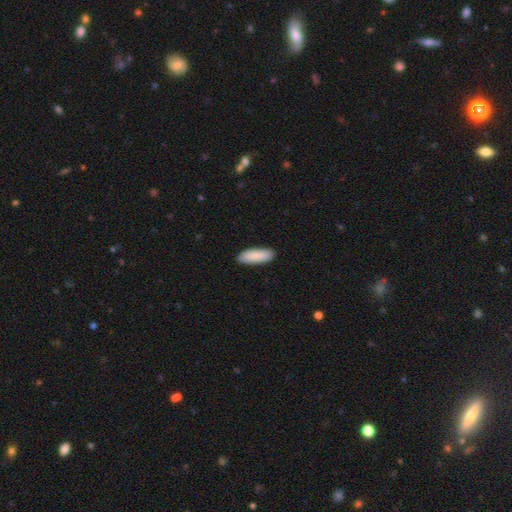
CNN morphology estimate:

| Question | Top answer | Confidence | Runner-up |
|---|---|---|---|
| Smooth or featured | smooth | 90% | star or artifact (5%) |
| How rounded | in between | 66% | cigar-shaped (32%) |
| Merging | none | 90% | minor disturbance (8%) |